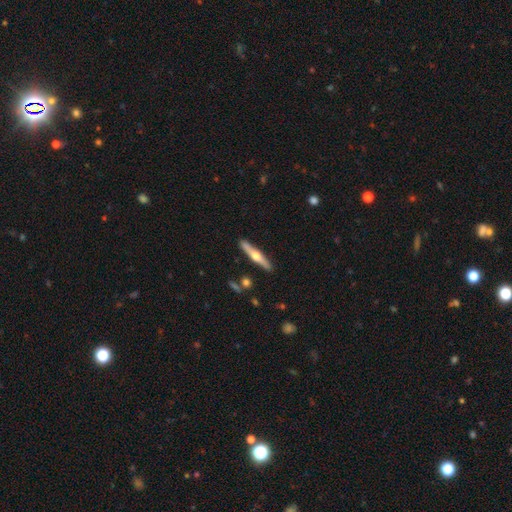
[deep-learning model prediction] Q: Smooth or featured?
A: featured or disk (63%); runner-up: smooth (32%)
Q: Edge-on disk?
A: yes (96%); runner-up: no (4%)
Q: Edge-on bulge?
A: rounded (93%); runner-up: none (4%)
Q: Merging?
A: none (89%); runner-up: minor disturbance (7%)